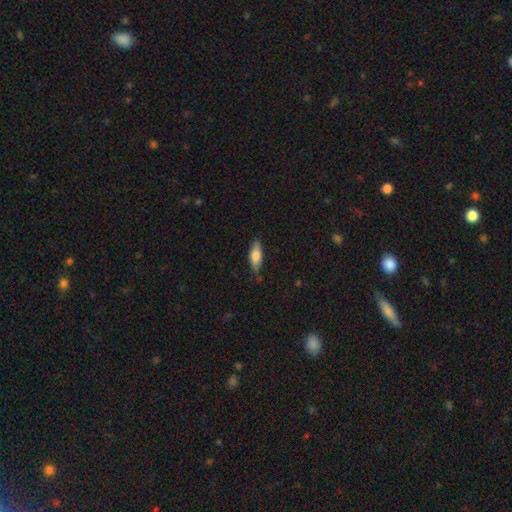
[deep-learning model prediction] Q: Smooth or featured?
A: smooth (76%); runner-up: featured or disk (18%)
Q: How rounded?
A: in between (69%); runner-up: cigar-shaped (29%)
Q: Merging?
A: none (75%); runner-up: minor disturbance (20%)